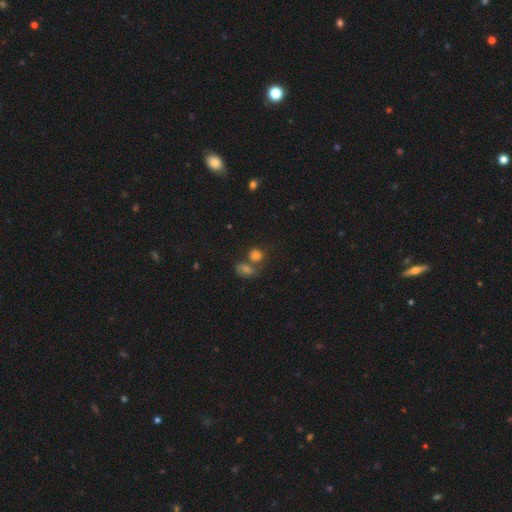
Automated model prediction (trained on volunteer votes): The model was most divided on "merging": none: 43%, merger: 42%, minor disturbance: 10%, major disturbance: 5%. More confident: how rounded — round (71%); smooth or featured — smooth (71%).